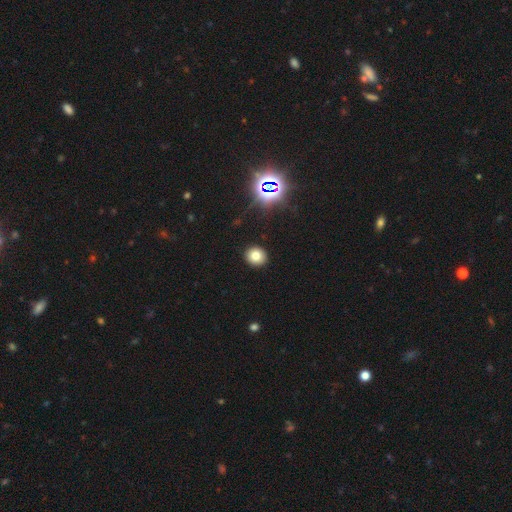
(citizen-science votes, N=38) smooth 89%, star or artifact 8%, featured or disk 3%. Down the decision tree: how rounded — round (82%); merging — none (97%).